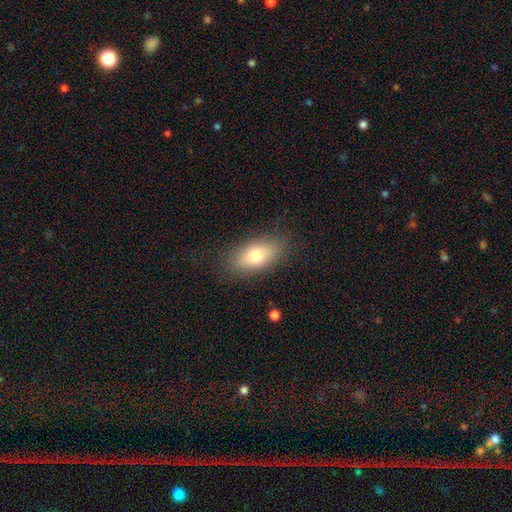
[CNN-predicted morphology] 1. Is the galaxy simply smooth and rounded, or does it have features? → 77% smooth, 15% featured or disk, 7% star or artifact.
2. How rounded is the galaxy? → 86% in between, 10% cigar-shaped, 4% round.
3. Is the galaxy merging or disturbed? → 83% none, 12% minor disturbance, 4% major disturbance, 1% merger.